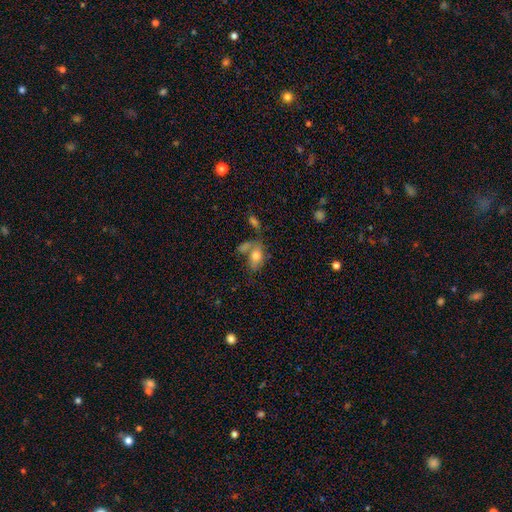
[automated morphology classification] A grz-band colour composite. It shows a smooth galaxy with no disk features (73%) that is in between round and cigar-shaped (85%). Merging: none (40%).